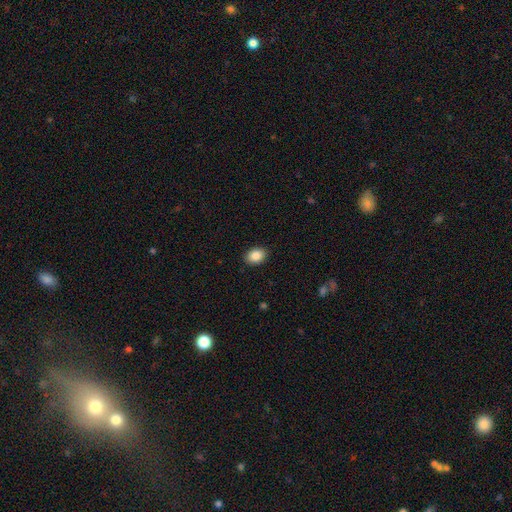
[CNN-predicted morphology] smooth 88%, star or artifact 8%, featured or disk 4%. Down the decision tree: how rounded — in between (75%); merging — none (90%).